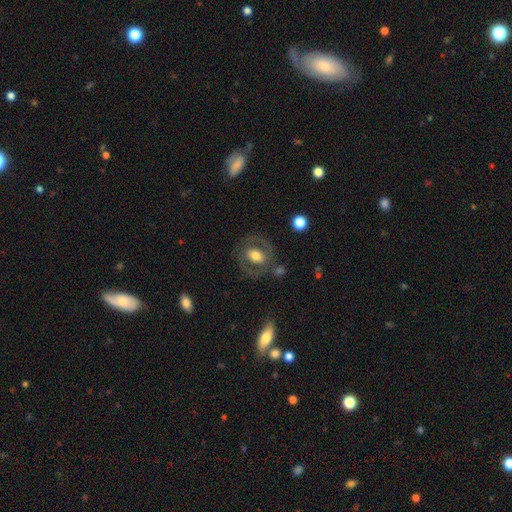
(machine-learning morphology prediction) A featured or disk galaxy (51%). Merging: none (71%).